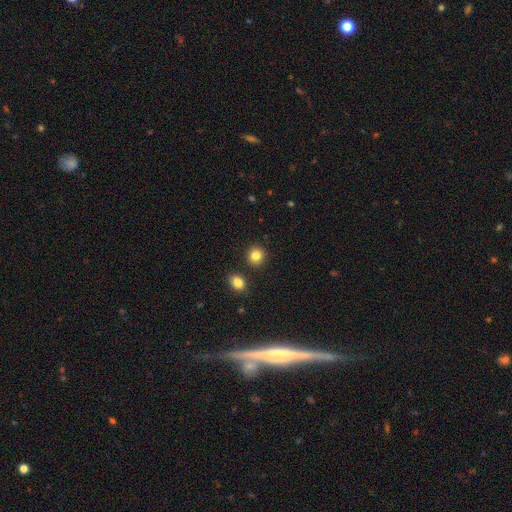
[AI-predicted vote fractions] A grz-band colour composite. It shows a smooth galaxy with no disk features (84%) that is round (87%). Merging: none (87%).